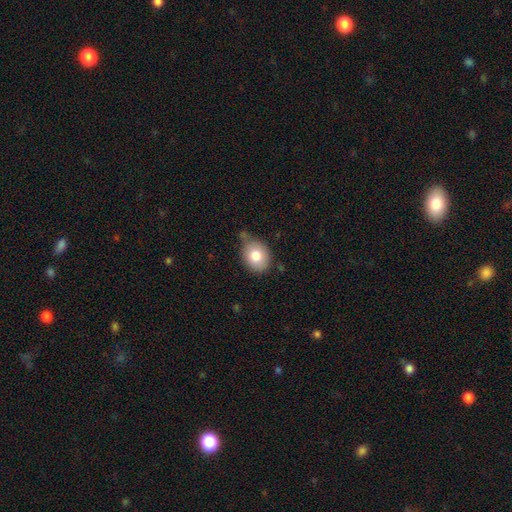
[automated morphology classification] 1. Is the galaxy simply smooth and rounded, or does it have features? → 79% smooth, 12% featured or disk, 9% star or artifact.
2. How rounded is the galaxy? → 57% round, 43% in between, 1% cigar-shaped.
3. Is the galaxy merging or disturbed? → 60% none, 26% minor disturbance, 7% merger, 6% major disturbance.